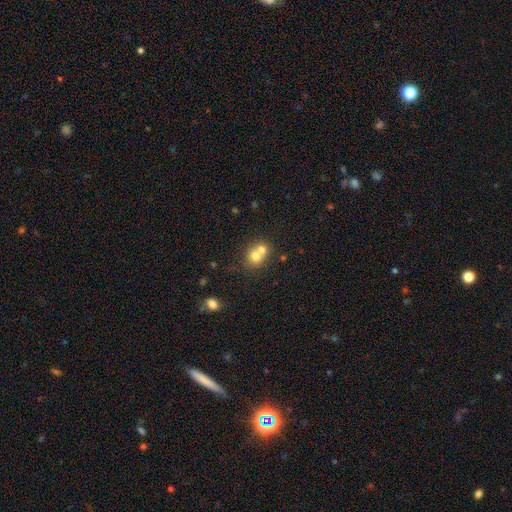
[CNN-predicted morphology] Q: Smooth or featured?
A: smooth (70%); runner-up: featured or disk (18%)
Q: How rounded?
A: round (77%); runner-up: in between (22%)
Q: Merging?
A: merger (60%); runner-up: none (32%)